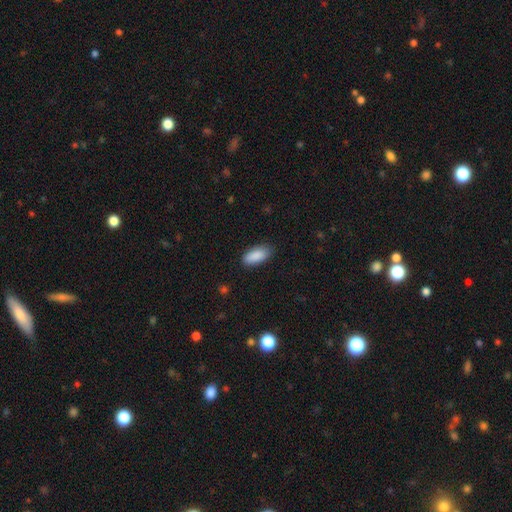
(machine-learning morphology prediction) Smooth or featured?
  - smooth: 89% *
  - star or artifact: 7%
  - featured or disk: 4%
How rounded?
  - in between: 87% *
  - cigar-shaped: 11%
  - round: 2%
Merging?
  - none: 84% *
  - minor disturbance: 12%
  - major disturbance: 2%
  - merger: 1%